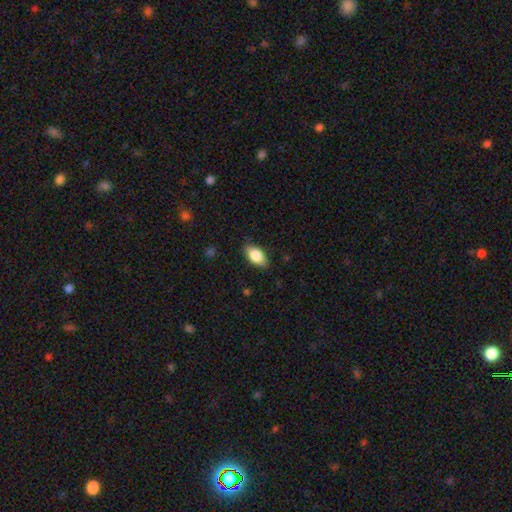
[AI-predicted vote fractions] This appears to be a smooth galaxy with no disk features (83%) that is in between round and cigar-shaped (91%). Merging: none (82%).